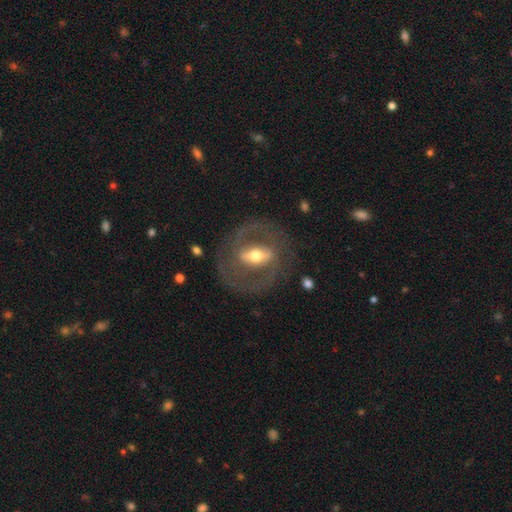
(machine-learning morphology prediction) The model was most divided on "spiral arms": yes: 66%, no: 34%. More confident: edge-on disk — no (92%); smooth or featured — featured or disk (81%); merging — none (75%); bulge size — moderate (68%); bar — strong (62%).